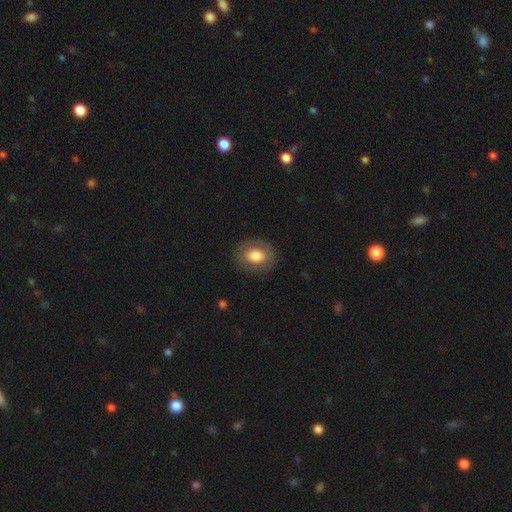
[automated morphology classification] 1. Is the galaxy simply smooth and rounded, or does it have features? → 75% smooth, 18% featured or disk, 8% star or artifact.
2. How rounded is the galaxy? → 53% round, 46% in between, 1% cigar-shaped.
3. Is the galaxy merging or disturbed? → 84% none, 11% minor disturbance, 4% major disturbance, 1% merger.